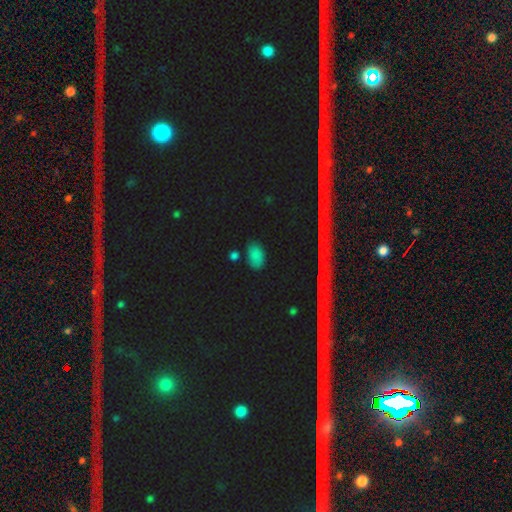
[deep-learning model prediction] Smooth or featured? smooth (77%)
How rounded? in between (80%)
Merging? none (77%)